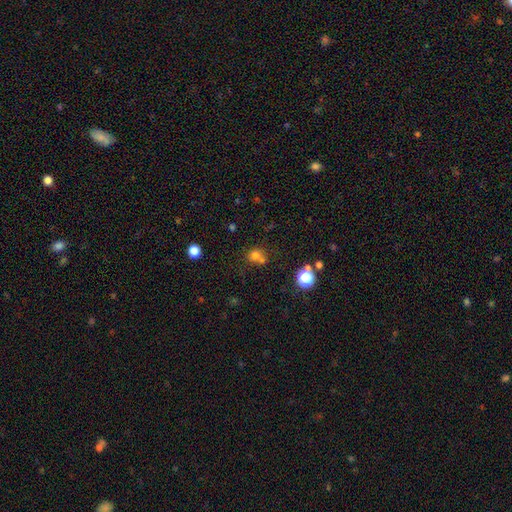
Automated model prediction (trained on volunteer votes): Smooth or featured? Predicted: smooth (p=0.71). How rounded? Predicted: round (p=0.81). Merging? Predicted: none (p=0.47).